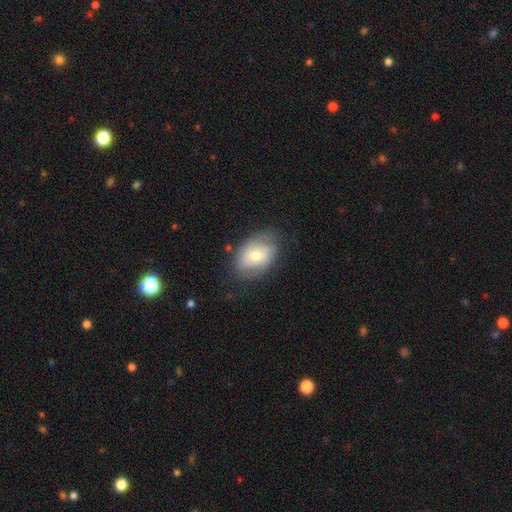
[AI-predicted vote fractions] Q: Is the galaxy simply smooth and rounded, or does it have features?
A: smooth — 53%.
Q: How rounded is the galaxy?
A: in between — 75%.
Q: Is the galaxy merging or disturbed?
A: none — 69%.